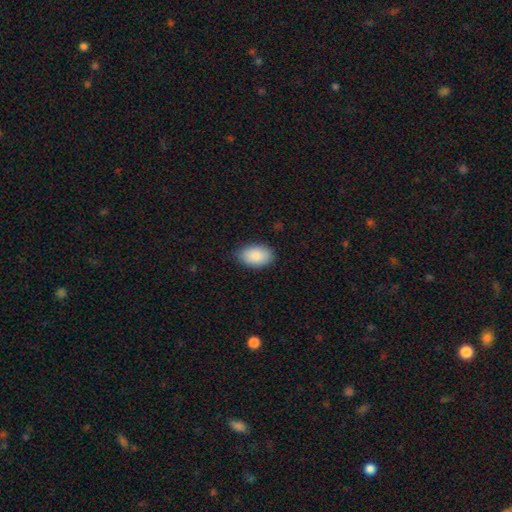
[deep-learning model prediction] Overall: smooth (88%). How rounded: in between (94%). Merging: none (83%).